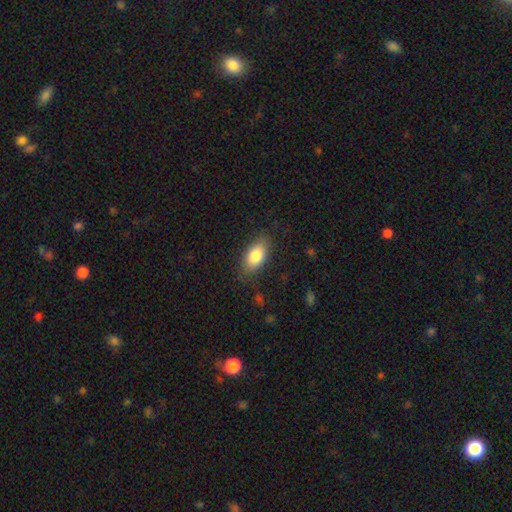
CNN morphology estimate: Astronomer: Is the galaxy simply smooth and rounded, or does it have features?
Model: smooth — 82%.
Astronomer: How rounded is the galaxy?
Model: in between — 89%.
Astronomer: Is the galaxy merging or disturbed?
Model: none — 81%.